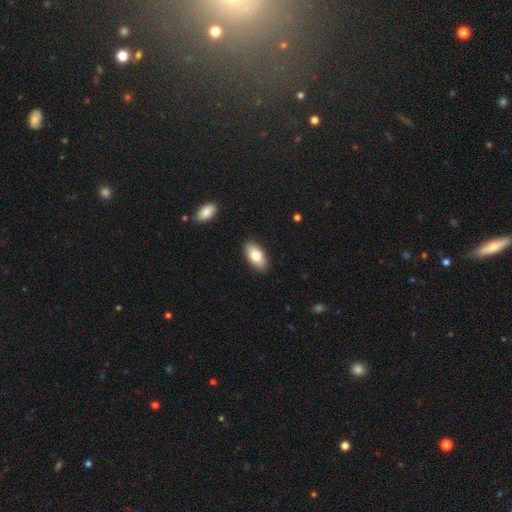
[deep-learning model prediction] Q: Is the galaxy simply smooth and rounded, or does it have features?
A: smooth — 79%.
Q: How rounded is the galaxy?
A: in between — 92%.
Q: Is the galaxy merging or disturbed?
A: none — 89%.